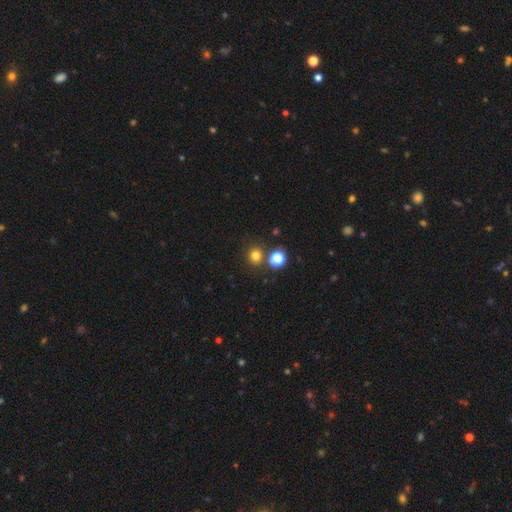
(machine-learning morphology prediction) This is likely a smooth galaxy (77%). How rounded: clearly round (88%). Merging: likely none (78%).